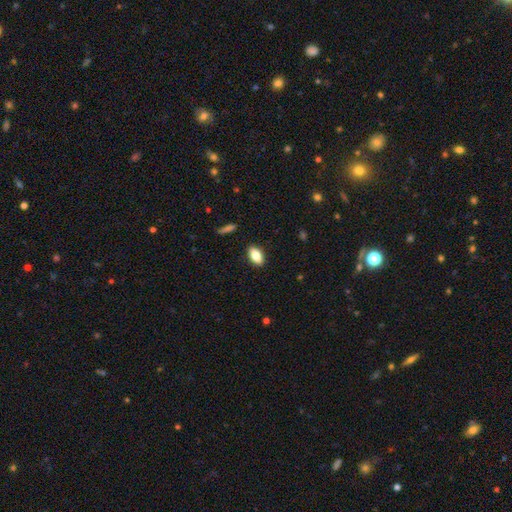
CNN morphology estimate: A smooth galaxy with no disk features (81%) that is in between round and cigar-shaped (89%). Merging: none (89%).